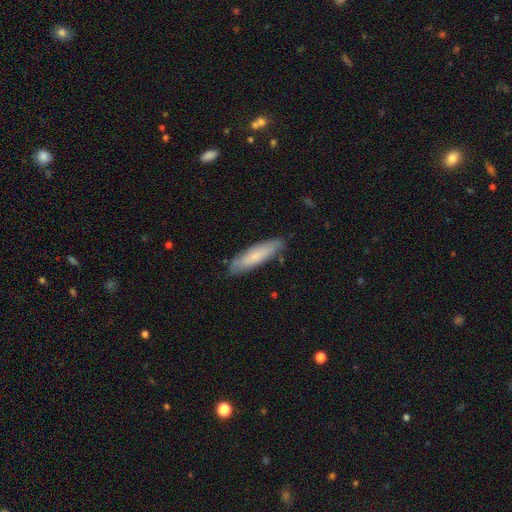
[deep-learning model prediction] smooth_or_featured: smooth (p=0.67) [alt: featured or disk p=0.27]
how_rounded: cigar-shaped (p=0.71) [alt: in between p=0.28]
merging: none (p=0.83) [alt: minor disturbance p=0.14]